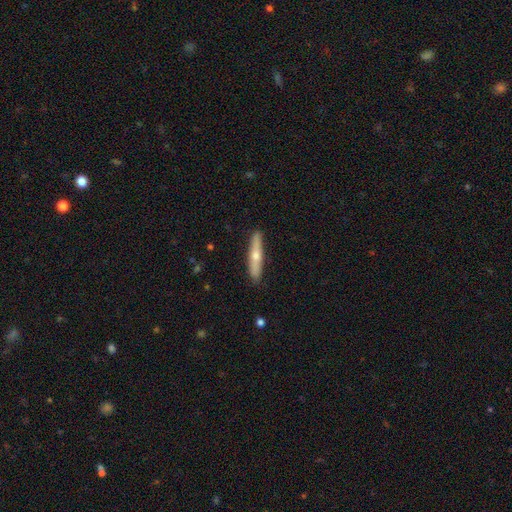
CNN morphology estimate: The model was most divided on "smooth or featured": featured or disk: 48%, smooth: 46%, star or artifact: 6%. More confident: merging — none (89%).